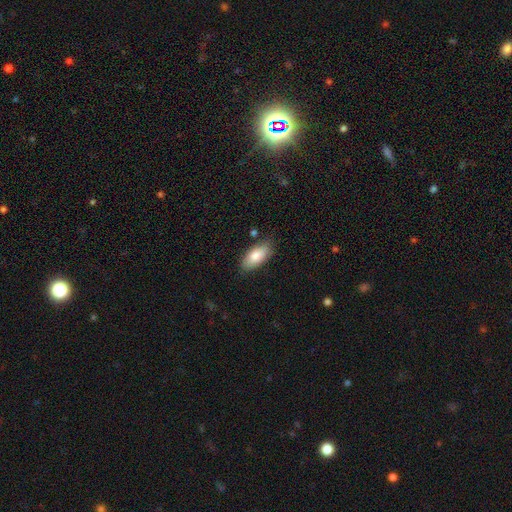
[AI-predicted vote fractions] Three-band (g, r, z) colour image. It shows a smooth galaxy with no disk features (83%) that is in between round and cigar-shaped (89%). Merging: none (81%).